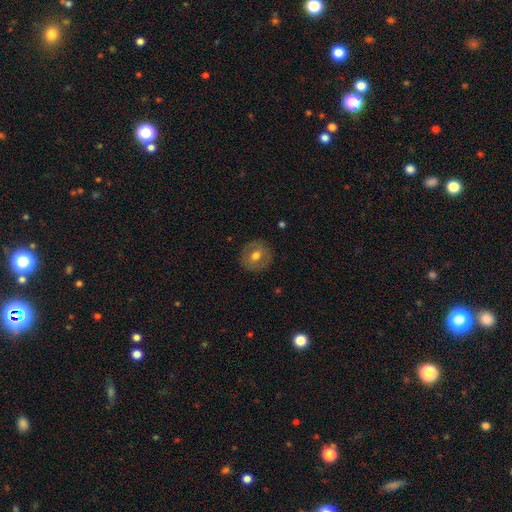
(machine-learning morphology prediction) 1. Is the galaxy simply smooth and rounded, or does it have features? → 59% smooth, 34% featured or disk, 8% star or artifact.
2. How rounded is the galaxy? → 86% round, 13% in between, 1% cigar-shaped.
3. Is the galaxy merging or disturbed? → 87% none, 9% minor disturbance, 3% major disturbance, 1% merger.